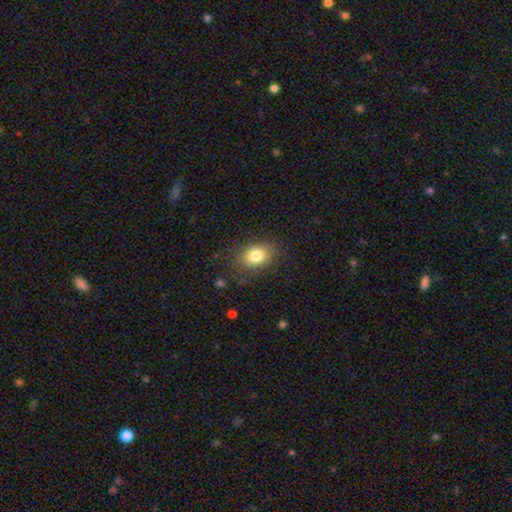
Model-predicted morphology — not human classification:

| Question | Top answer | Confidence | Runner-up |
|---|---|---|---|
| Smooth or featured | smooth | 81% | featured or disk (10%) |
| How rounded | in between | 71% | round (28%) |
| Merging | none | 82% | minor disturbance (12%) |